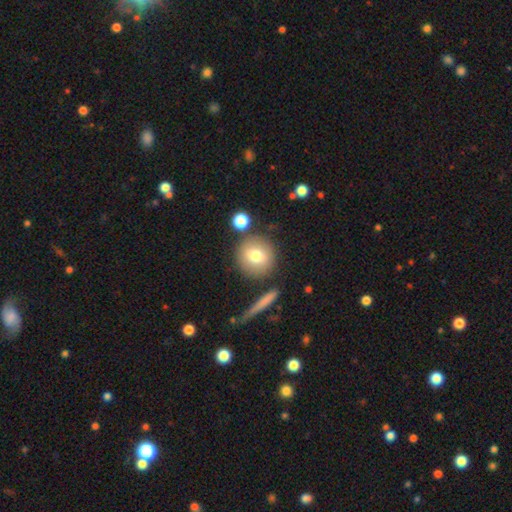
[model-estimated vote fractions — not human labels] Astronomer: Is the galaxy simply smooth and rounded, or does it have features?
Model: smooth — 76%.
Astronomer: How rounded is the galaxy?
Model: round — 92%.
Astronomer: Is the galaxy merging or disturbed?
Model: none — 78%.